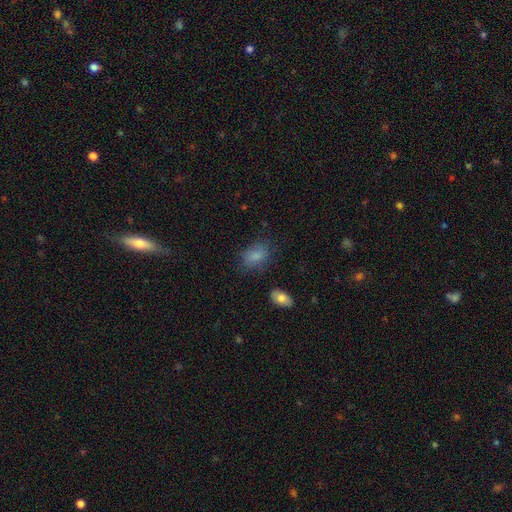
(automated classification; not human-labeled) Overall: smooth (82%). How rounded: in between (83%). Merging: none (70%).